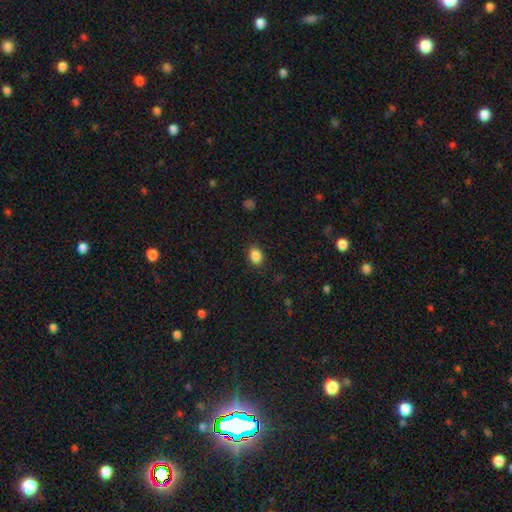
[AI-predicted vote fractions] smooth 86%, star or artifact 10%, featured or disk 4%. Down the decision tree: how rounded — in between (54%); merging — none (86%).